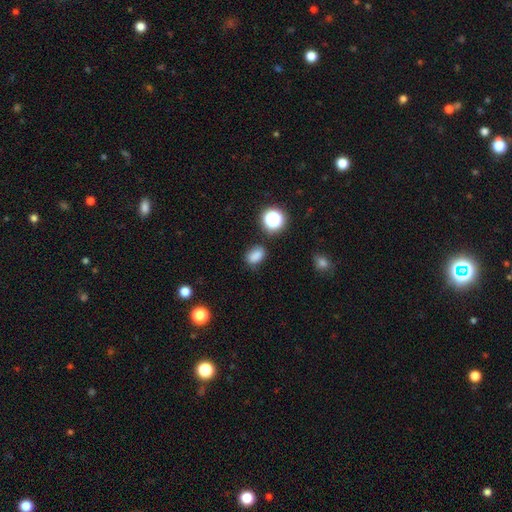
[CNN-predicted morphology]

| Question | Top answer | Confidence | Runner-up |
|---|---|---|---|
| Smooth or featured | smooth | 81% | star or artifact (14%) |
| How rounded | in between | 77% | round (22%) |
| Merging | none | 77% | minor disturbance (15%) |